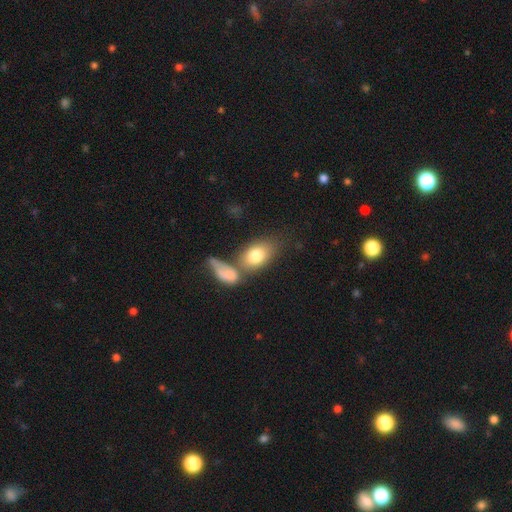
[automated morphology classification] A smooth galaxy with no disk features (77%) that is in between round and cigar-shaped (84%). Merging: none (39%).